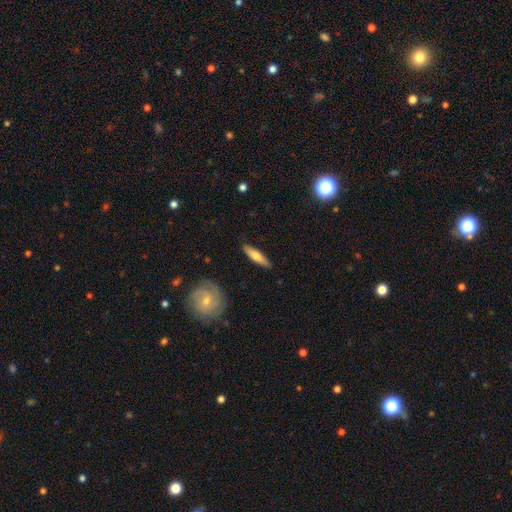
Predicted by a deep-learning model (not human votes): This appears to be a smooth galaxy with no disk features (61%) that is cigar-shaped (75%). Merging: none (88%).